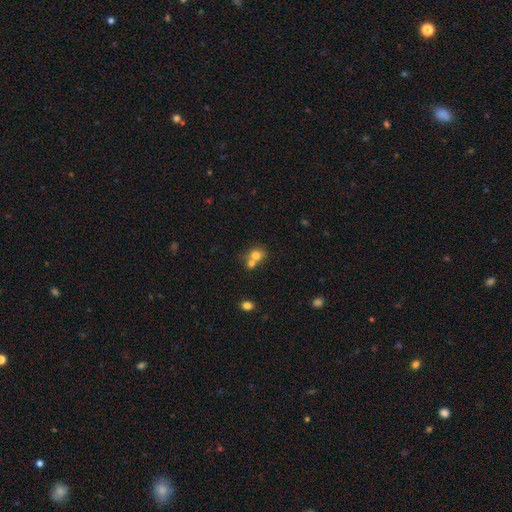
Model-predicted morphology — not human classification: A smooth galaxy with no disk features (74%) that is round (65%).

Vote fractions:
- Smooth or featured? smooth: 74% / featured or disk: 15% / star or artifact: 11%
- How rounded? round: 65% / in between: 34% / cigar-shaped: 1%
- Merging? merger: 58% / none: 30% / minor disturbance: 8% / major disturbance: 4%